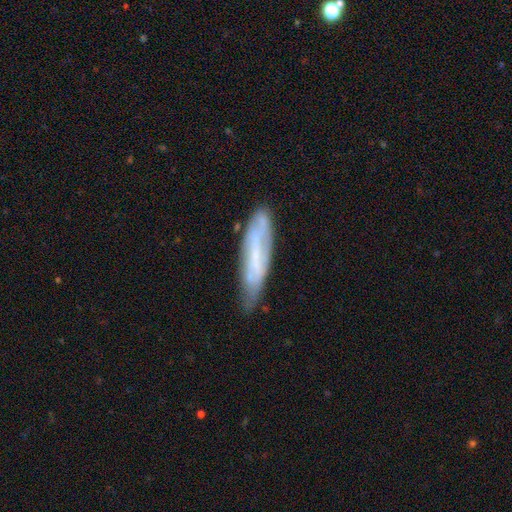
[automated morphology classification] This appears to be a featured or disk galaxy (57%). Merging: none (64%).